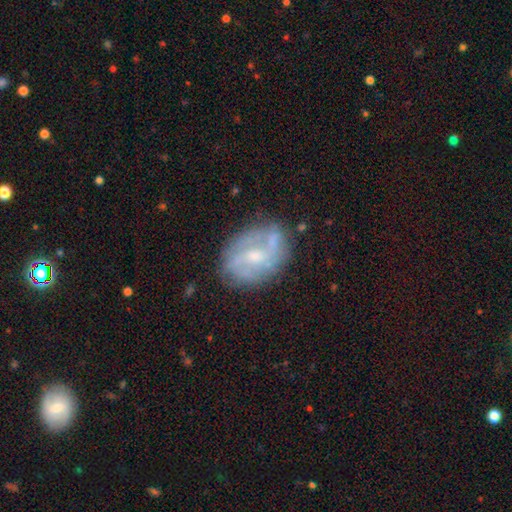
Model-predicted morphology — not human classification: smooth-or-featured: featured or disk: 69% | smooth: 23% | star or artifact: 8%
  disk-edge-on: no: 97% | yes: 3%
    bar: weak: 49% | no: 37% | strong: 14%
    has-spiral-arms: yes: 74% | no: 26%
    bulge-size: small: 44% (tied) | moderate: 44% (tied) | none: 8% | large: 3% | dominant: 1%
  merging: none: 67% | minor disturbance: 21% | major disturbance: 9% | merger: 3%